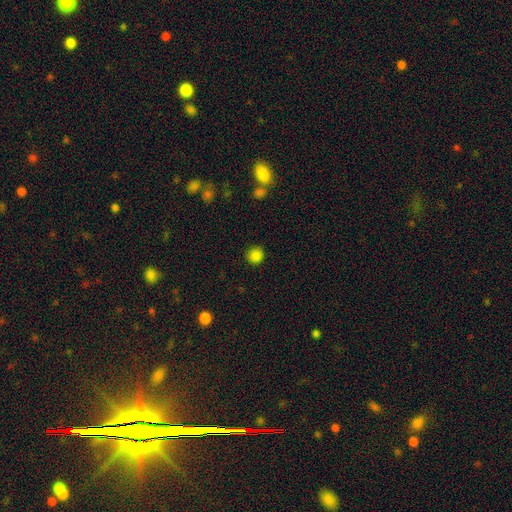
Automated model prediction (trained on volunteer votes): Morphology: type=smooth (84%); roundness=round (93%); merging=none (90%).